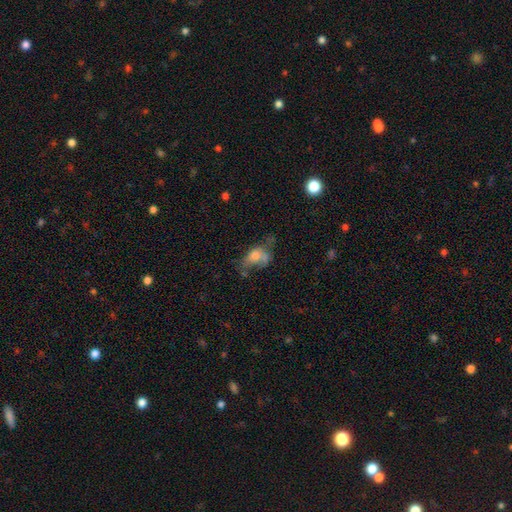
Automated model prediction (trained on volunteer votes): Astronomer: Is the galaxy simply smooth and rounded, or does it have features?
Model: smooth — 52% (runner-up: featured or disk, 33%).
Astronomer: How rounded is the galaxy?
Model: in between — 77%.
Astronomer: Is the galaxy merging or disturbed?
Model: major disturbance — 36% (runner-up: none, 27%).